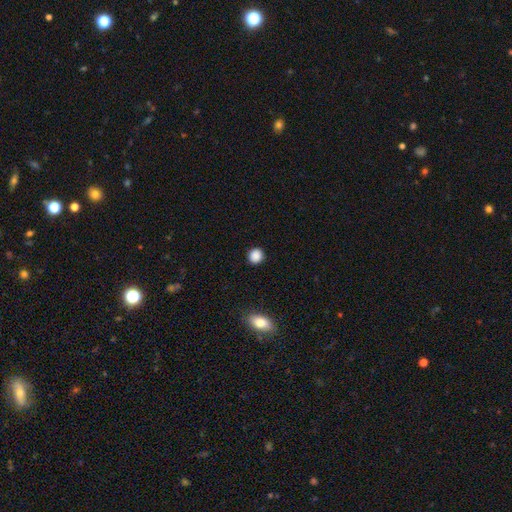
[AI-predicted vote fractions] Overall: smooth (88%). How rounded: round (87%). Merging: none (90%).